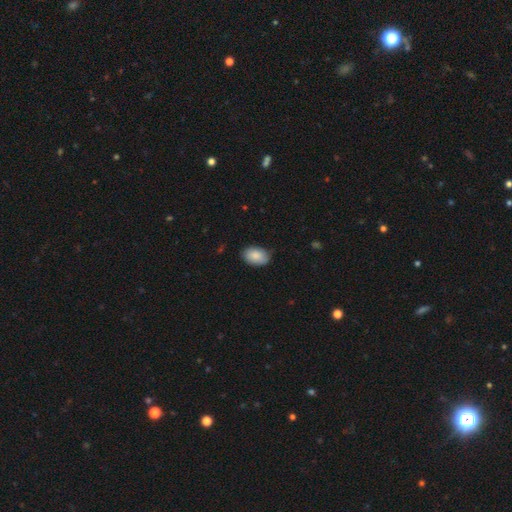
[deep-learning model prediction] Smooth or featured? smooth (87%)
How rounded? in between (89%)
Merging? none (80%)